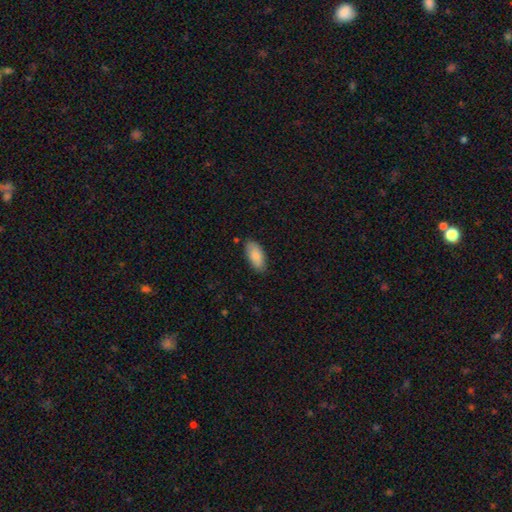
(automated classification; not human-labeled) Smooth or featured? smooth (86%)
How rounded? in between (91%)
Merging? none (82%)